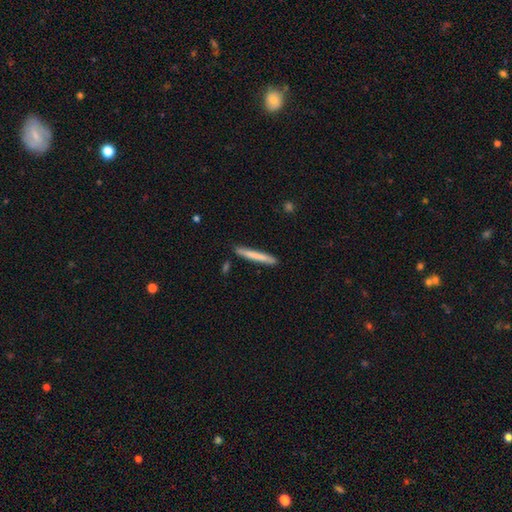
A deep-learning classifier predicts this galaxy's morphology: The model was most divided on "smooth or featured": smooth: 75%, featured or disk: 20%, star or artifact: 5%. More confident: how rounded — cigar-shaped (96%); merging — none (89%).